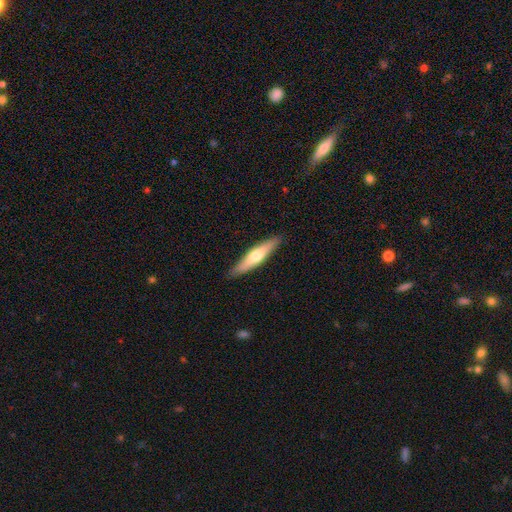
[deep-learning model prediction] smooth-or-featured: smooth: 53% | featured or disk: 42% | star or artifact: 5%
  how-rounded: cigar-shaped: 82% | in between: 16% | round: 1%
  merging: none: 89% | minor disturbance: 8% | major disturbance: 2% | merger: 1%